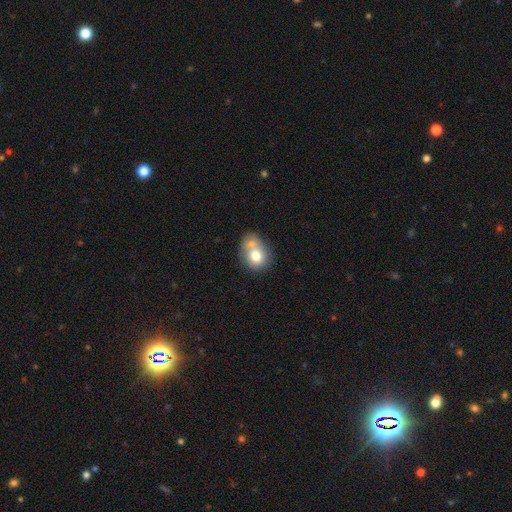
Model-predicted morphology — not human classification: smooth_or_featured: smooth (p=0.71) [alt: featured or disk p=0.20]
how_rounded: round (p=0.54) [alt: in between p=0.45]
merging: merger (p=0.49) [alt: none p=0.31]